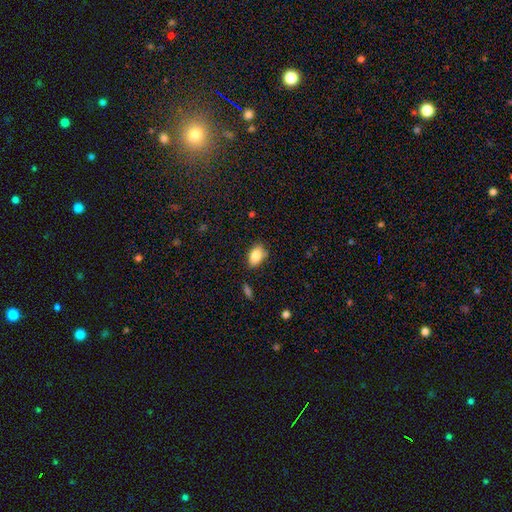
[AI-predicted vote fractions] Morphology: type=smooth (85%); roundness=in between (89%); merging=none (78%).